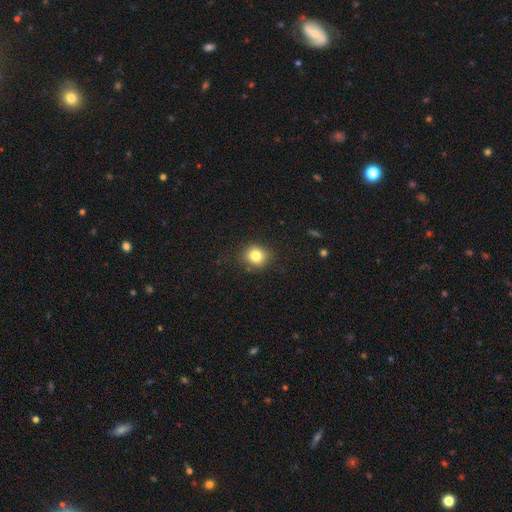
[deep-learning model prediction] Smooth or featured: smooth — 81% (star or artifact — 11%)
How rounded: round — 79% (in between — 20%)
Merging: none — 84% (minor disturbance — 12%)